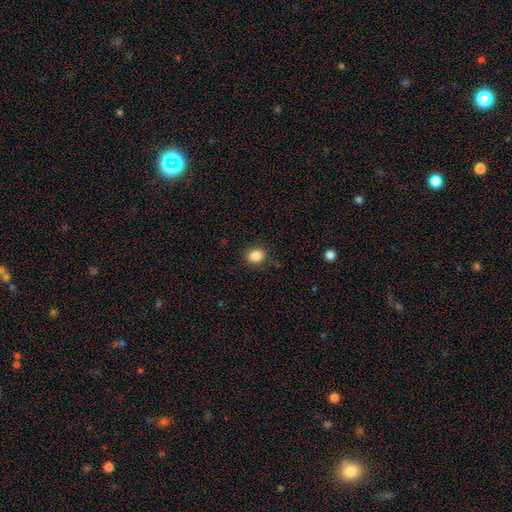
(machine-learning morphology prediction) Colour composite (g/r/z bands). It shows a smooth galaxy with no disk features (86%) that is round (65%). Merging: none (86%).